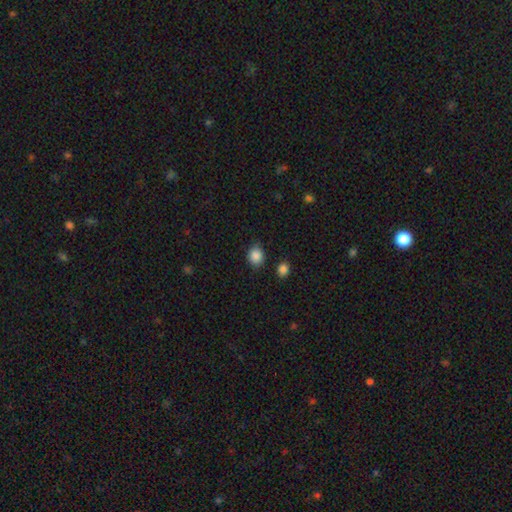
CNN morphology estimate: Overall: smooth (88%). How rounded: round (70%). Merging: none (79%).